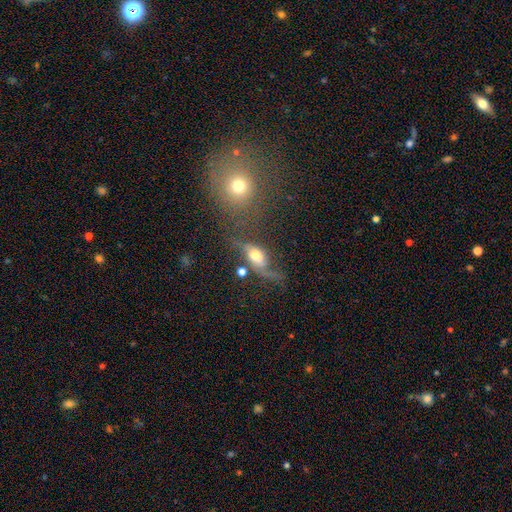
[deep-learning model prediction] Smooth or featured? Predicted: featured or disk (p=0.53). Edge-on disk? Predicted: no (p=0.86). Merging? Predicted: none (p=0.34).